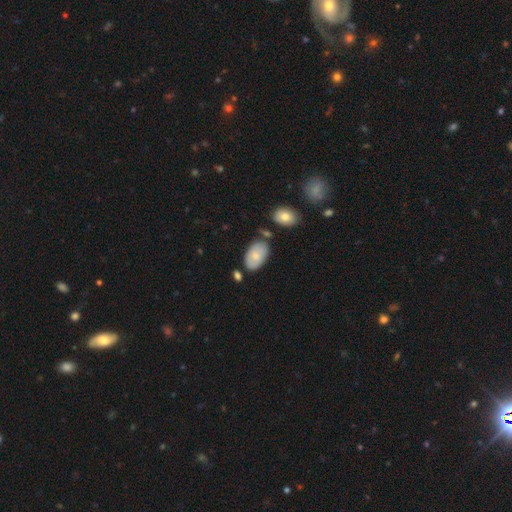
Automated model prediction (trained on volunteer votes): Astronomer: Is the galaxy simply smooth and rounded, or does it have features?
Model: smooth — 77%.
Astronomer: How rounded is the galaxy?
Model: in between — 94%.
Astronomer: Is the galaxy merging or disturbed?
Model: none — 68%.